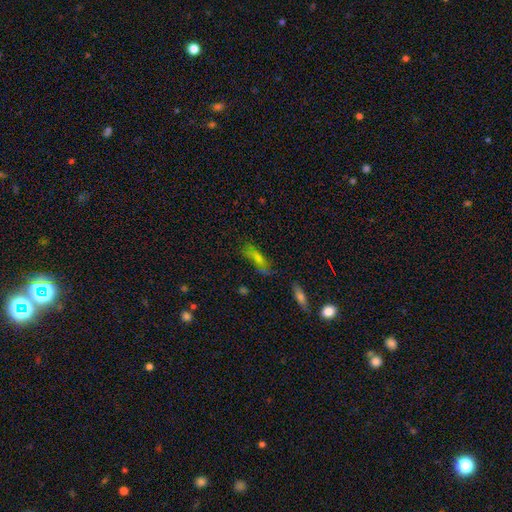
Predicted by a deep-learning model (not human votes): A smooth galaxy with no disk features (48%).

Vote fractions:
- Smooth or featured? smooth: 48% / featured or disk: 30% / star or artifact: 21%
- Merging? none: 62% / minor disturbance: 20% / major disturbance: 11% / merger: 7%